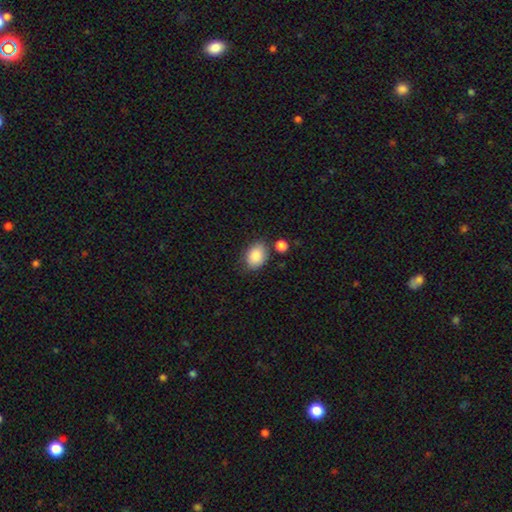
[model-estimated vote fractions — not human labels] A smooth galaxy with no disk features (87%) that is in between round and cigar-shaped (77%). Merging: none (72%).